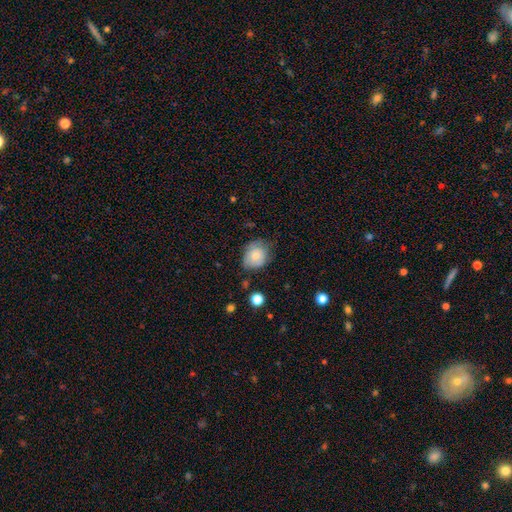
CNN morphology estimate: This appears to be a smooth galaxy with no disk features (73%) that is round (57%). Merging: none (57%).